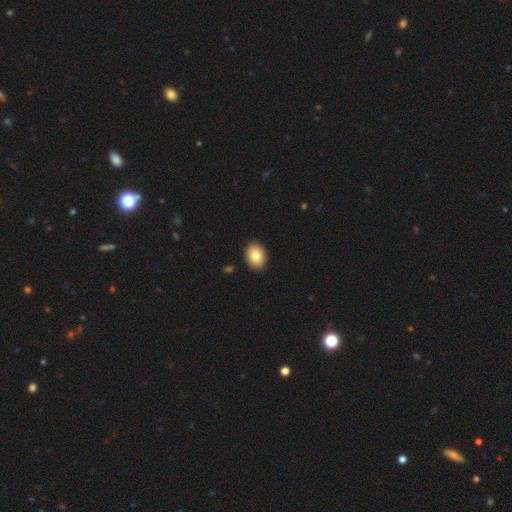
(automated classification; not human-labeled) smooth 83%, featured or disk 9%, star or artifact 8%. Down the decision tree: how rounded — in between (62%); merging — none (92%).